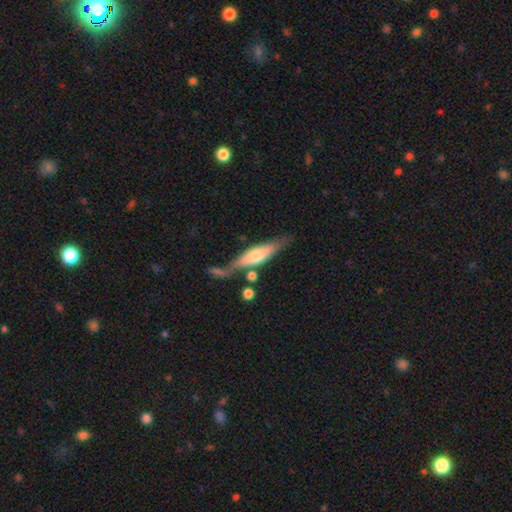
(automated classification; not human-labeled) Smooth or featured: featured or disk — 55% (smooth — 40%)
Edge-on disk: yes — 88% (no — 12%)
Merging: none — 59% (minor disturbance — 19%)